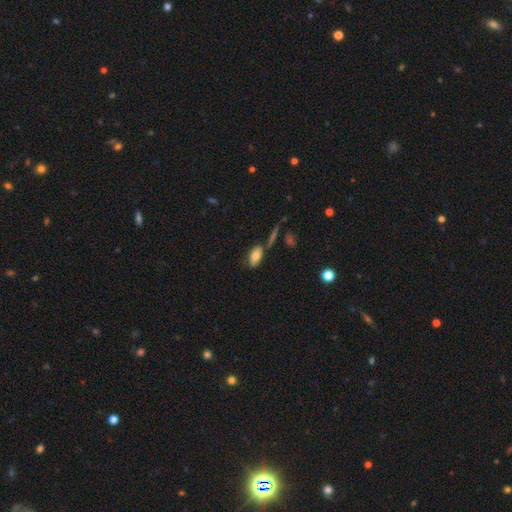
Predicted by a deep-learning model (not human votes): Smooth or featured? Predicted: smooth (p=0.76). How rounded? Predicted: in between (p=0.91). Merging? Predicted: none (p=0.67).